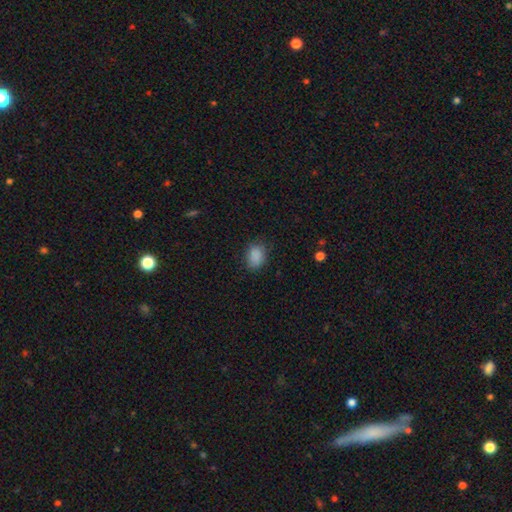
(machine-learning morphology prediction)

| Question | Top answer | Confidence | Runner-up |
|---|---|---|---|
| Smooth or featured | smooth | 87% | star or artifact (10%) |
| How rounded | in between | 74% | round (25%) |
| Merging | none | 79% | minor disturbance (16%) |